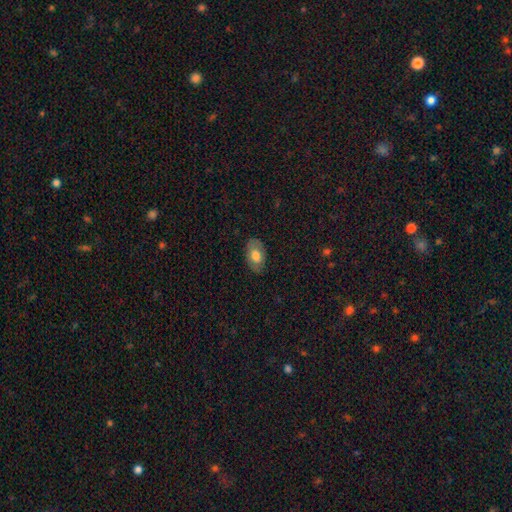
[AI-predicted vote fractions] Overall: smooth (69%). How rounded: in between (90%). Merging: none (81%).